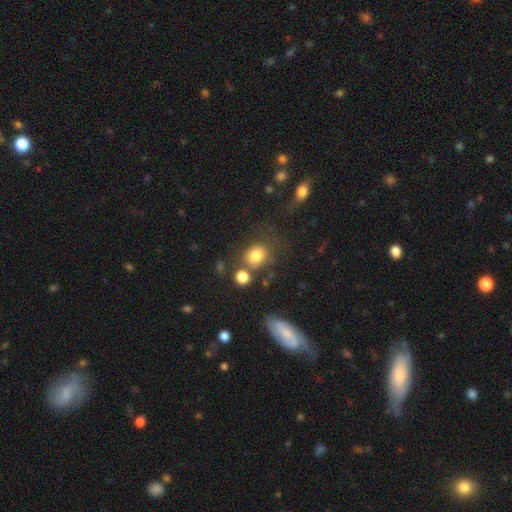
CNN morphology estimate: Q: Smooth or featured?
A: smooth (80%); runner-up: star or artifact (11%)
Q: How rounded?
A: round (65%); runner-up: in between (34%)
Q: Merging?
A: none (57%); runner-up: merger (17%)